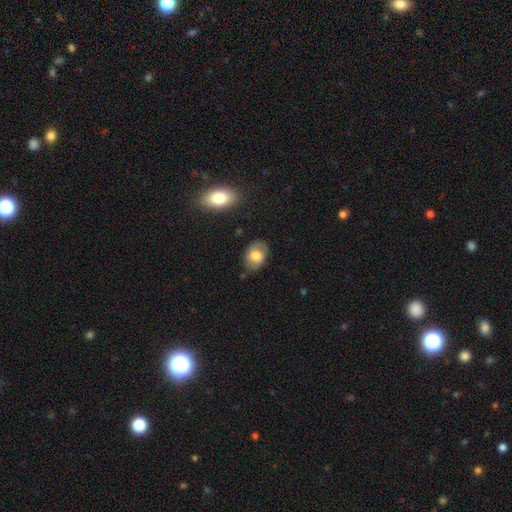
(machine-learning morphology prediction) Smooth or featured: smooth — 70% (featured or disk — 23%)
How rounded: in between — 83% (round — 16%)
Merging: none — 74% (minor disturbance — 20%)